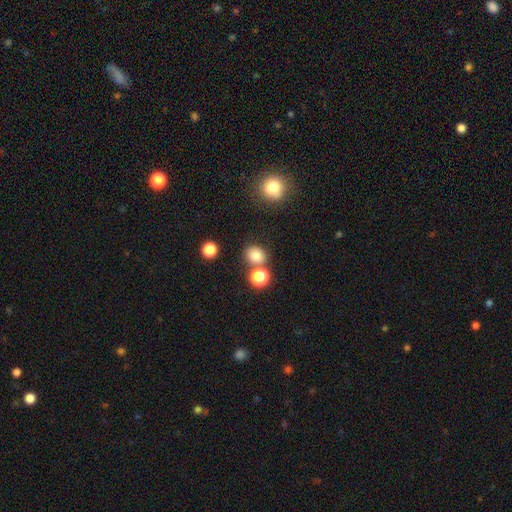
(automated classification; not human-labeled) Smooth or featured? Predicted: smooth (p=0.76). How rounded? Predicted: round (p=0.70). Merging? Predicted: none (p=0.70).